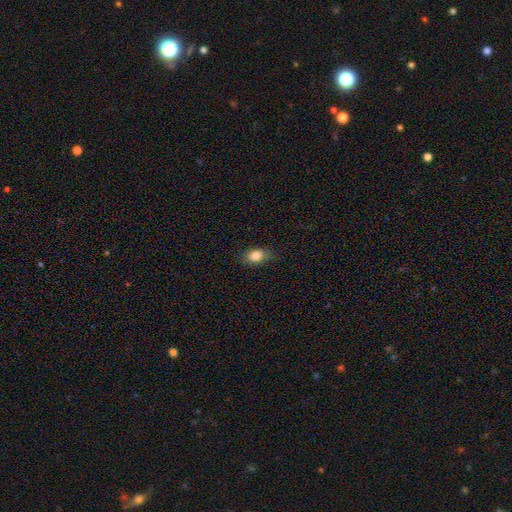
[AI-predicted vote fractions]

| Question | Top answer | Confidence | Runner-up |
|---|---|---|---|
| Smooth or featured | smooth | 83% | star or artifact (9%) |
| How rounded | in between | 80% | round (17%) |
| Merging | none | 79% | minor disturbance (17%) |